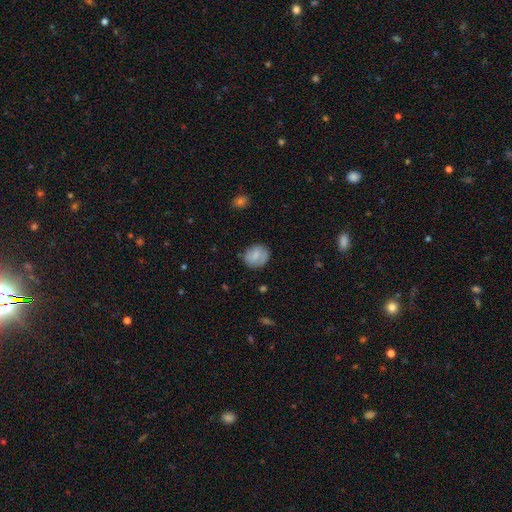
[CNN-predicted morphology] This appears to be a smooth galaxy with no disk features (69%) that is round (72%). Merging: none (77%).